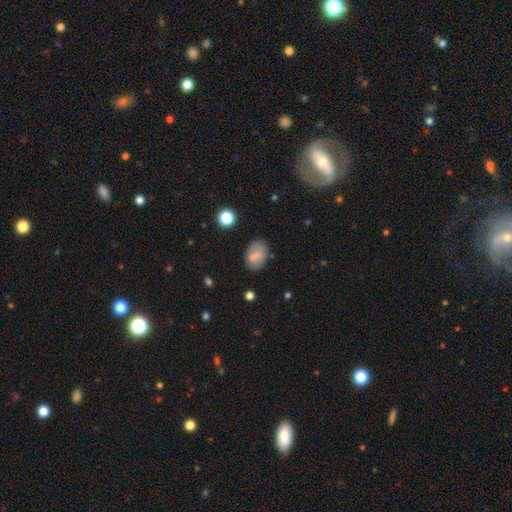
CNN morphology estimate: smooth_or_featured: smooth (p=0.73) [alt: featured or disk p=0.17]
how_rounded: in between (p=0.81) [alt: round p=0.17]
merging: none (p=0.72) [alt: minor disturbance p=0.15]